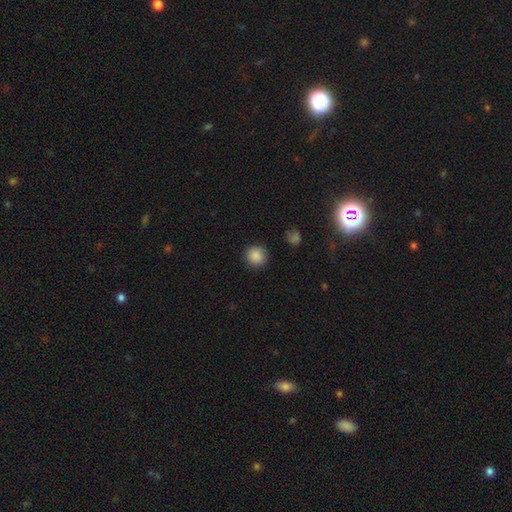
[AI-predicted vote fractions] This is clearly a smooth galaxy (88%). How rounded: clearly round (92%). Merging: clearly none (89%).